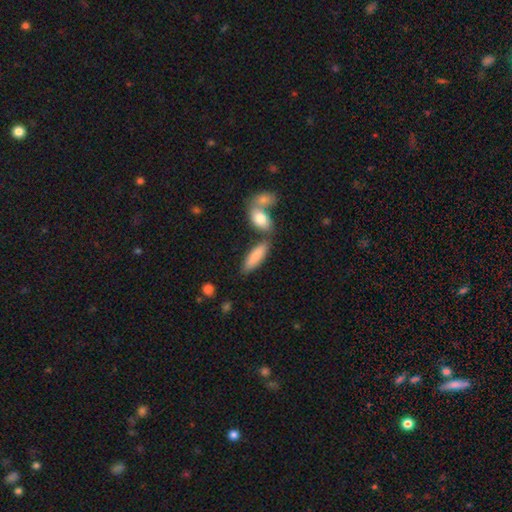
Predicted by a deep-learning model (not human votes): Smooth or featured?
  - smooth: 83% *
  - featured or disk: 11%
  - star or artifact: 6%
How rounded?
  - in between: 52% *
  - cigar-shaped: 46%
  - round: 2%
Merging?
  - none: 65% *
  - merger: 17%
  - minor disturbance: 13%
  - major disturbance: 4%